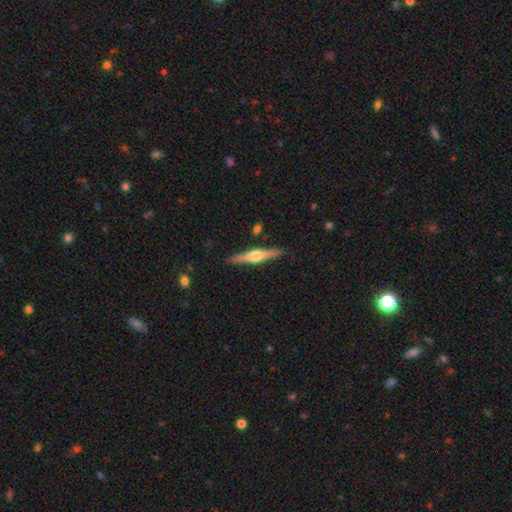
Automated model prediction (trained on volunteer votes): Q: Smooth or featured?
A: featured or disk (75%); runner-up: smooth (20%)
Q: Edge-on disk?
A: yes (98%); runner-up: no (2%)
Q: Edge-on bulge?
A: rounded (94%); runner-up: boxy (4%)
Q: Merging?
A: none (89%); runner-up: minor disturbance (8%)